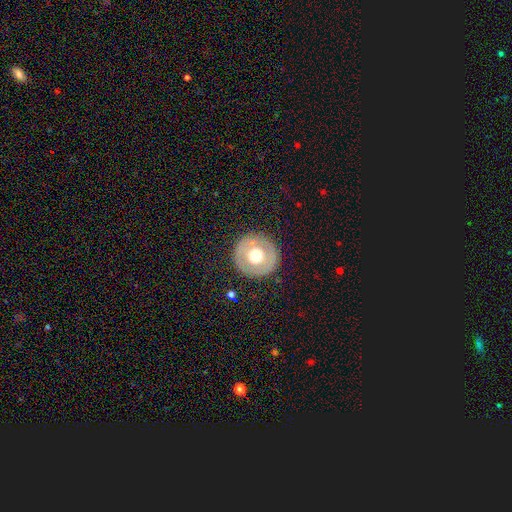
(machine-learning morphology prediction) Q: Smooth or featured?
A: smooth (52%); runner-up: featured or disk (40%)
Q: How rounded?
A: round (95%); runner-up: in between (4%)
Q: Merging?
A: none (87%); runner-up: minor disturbance (8%)